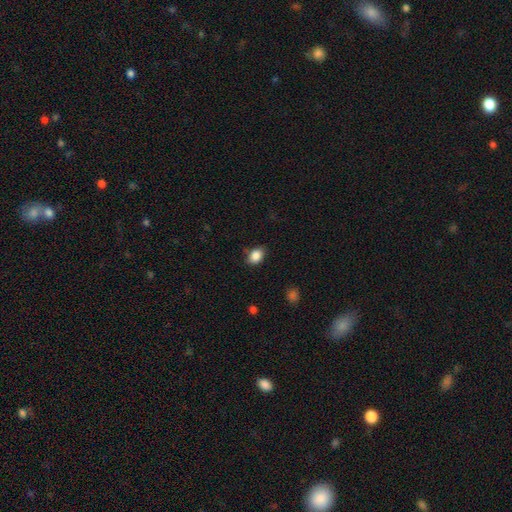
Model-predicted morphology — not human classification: Q: Smooth or featured?
A: smooth (87%); runner-up: star or artifact (9%)
Q: How rounded?
A: in between (72%); runner-up: round (26%)
Q: Merging?
A: none (81%); runner-up: minor disturbance (15%)